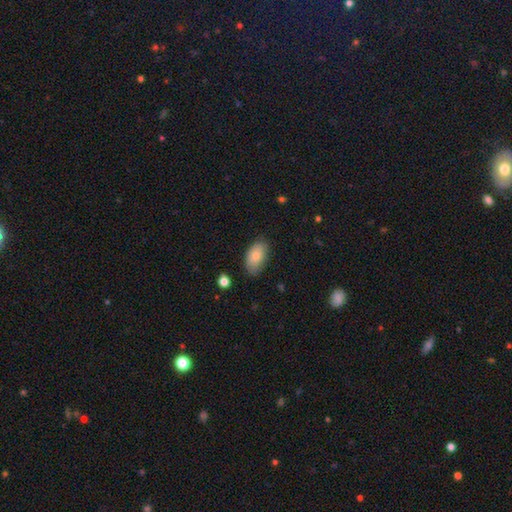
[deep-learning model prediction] Smooth or featured: smooth — 80% (featured or disk — 14%)
How rounded: in between — 93% (round — 5%)
Merging: none — 76% (minor disturbance — 19%)